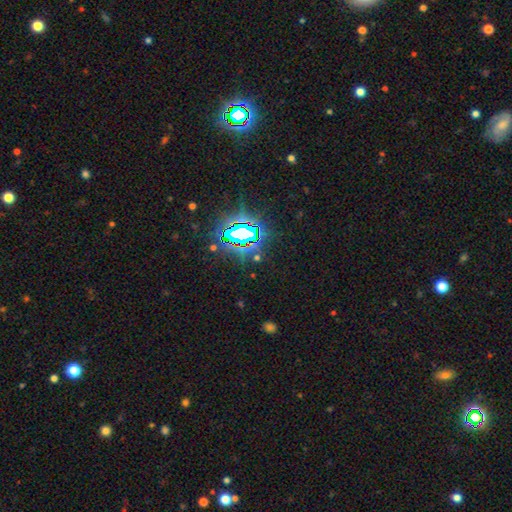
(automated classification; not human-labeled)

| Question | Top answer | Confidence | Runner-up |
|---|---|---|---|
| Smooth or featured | star or artifact | 80% | smooth (12%) |